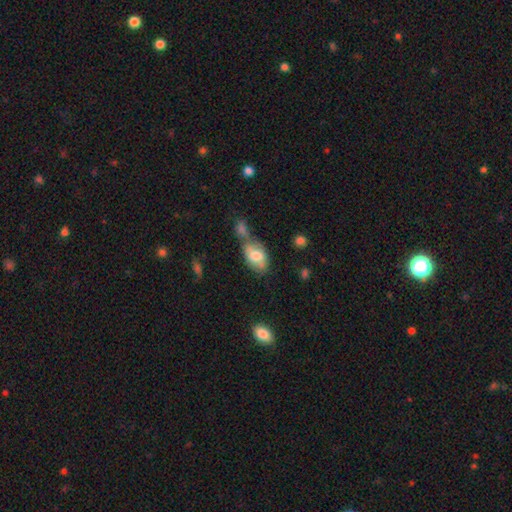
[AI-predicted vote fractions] This is likely a smooth galaxy (66%). How rounded: clearly in between (89%). Merging: marginally none (35%, tied with merger).